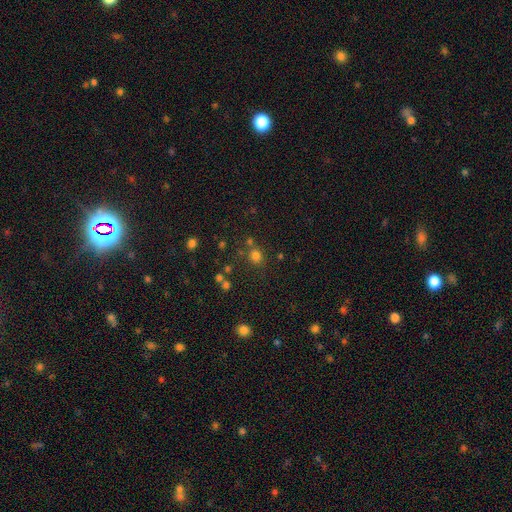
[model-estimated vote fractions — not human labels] A smooth galaxy with no disk features (73%) that is round (78%). Merging: none (72%).